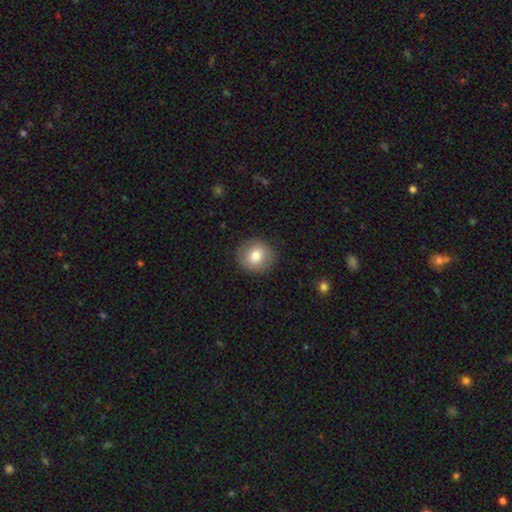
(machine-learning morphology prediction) Q: Smooth or featured?
A: smooth (79%); runner-up: featured or disk (13%)
Q: How rounded?
A: round (89%); runner-up: in between (10%)
Q: Merging?
A: none (89%); runner-up: minor disturbance (8%)